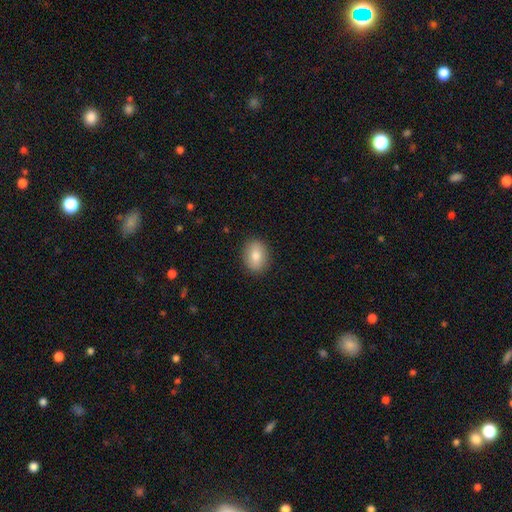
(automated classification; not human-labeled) Q: Smooth or featured?
A: smooth (81%); runner-up: featured or disk (12%)
Q: How rounded?
A: in between (78%); runner-up: round (20%)
Q: Merging?
A: none (89%); runner-up: minor disturbance (8%)